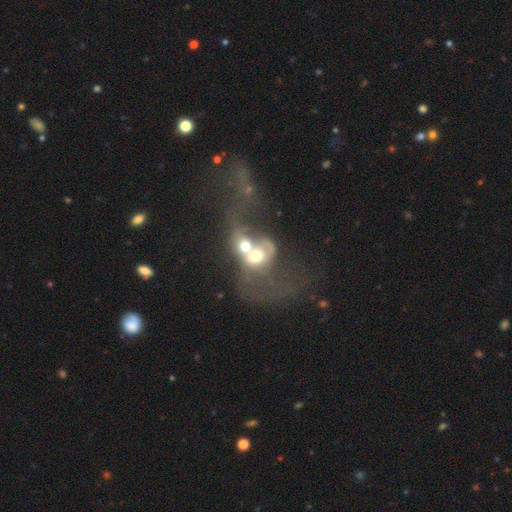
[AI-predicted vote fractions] Q: Smooth or featured?
A: featured or disk (48%); runner-up: smooth (41%)
Q: Merging?
A: merger (79%); runner-up: major disturbance (11%)